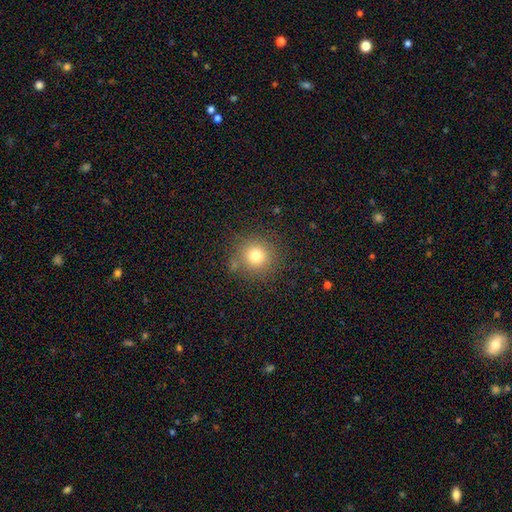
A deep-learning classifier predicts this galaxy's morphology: Smooth or featured?
  - smooth: 79% *
  - star or artifact: 13%
  - featured or disk: 8%
How rounded?
  - round: 93% *
  - in between: 6%
  - cigar-shaped: 1%
Merging?
  - none: 82% *
  - minor disturbance: 10%
  - merger: 4%
  - major disturbance: 4%